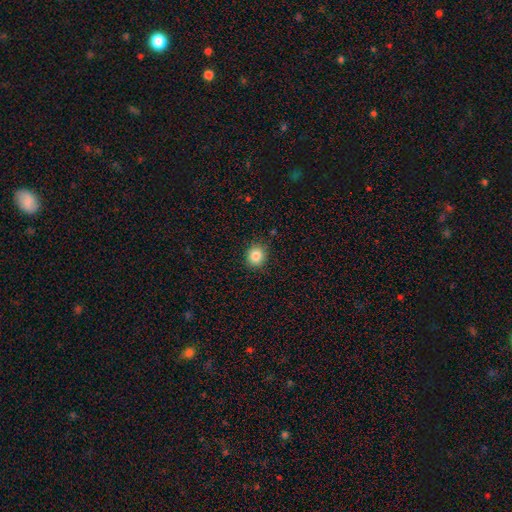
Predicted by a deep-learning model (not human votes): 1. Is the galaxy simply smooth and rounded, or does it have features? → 84% smooth, 10% star or artifact, 5% featured or disk.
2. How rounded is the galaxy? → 78% round, 21% in between, 1% cigar-shaped.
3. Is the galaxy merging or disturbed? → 88% none, 9% minor disturbance, 2% major disturbance, 1% merger.